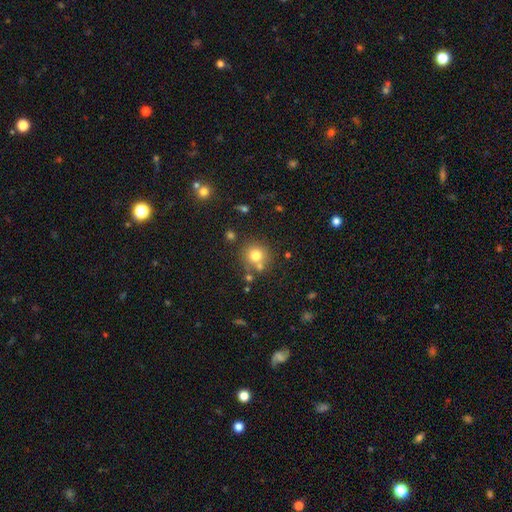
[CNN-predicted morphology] smooth-or-featured: smooth: 75% | star or artifact: 14% | featured or disk: 12%
  how-rounded: round: 90% | in between: 9% | cigar-shaped: 1%
  merging: none: 69% | merger: 16% | minor disturbance: 10% | major disturbance: 4%